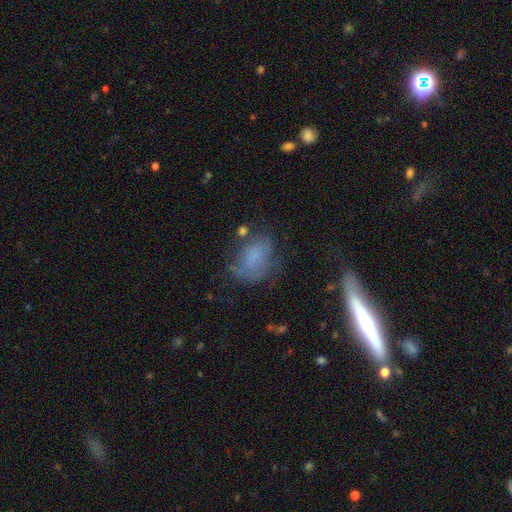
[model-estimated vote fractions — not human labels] Morphology: type=smooth (60%); roundness=in between (76%); merging=none (50%).